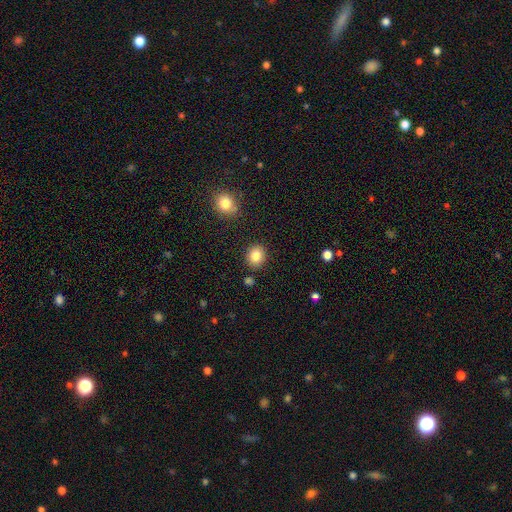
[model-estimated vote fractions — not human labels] Q: Smooth or featured?
A: smooth (84%); runner-up: star or artifact (9%)
Q: How rounded?
A: round (71%); runner-up: in between (28%)
Q: Merging?
A: none (88%); runner-up: minor disturbance (8%)